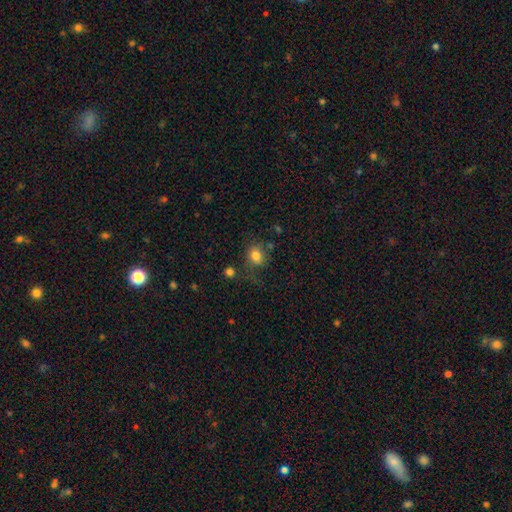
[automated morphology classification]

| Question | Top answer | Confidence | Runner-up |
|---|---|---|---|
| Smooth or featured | smooth | 80% | star or artifact (11%) |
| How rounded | round | 68% | in between (31%) |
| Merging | none | 61% | minor disturbance (20%) |